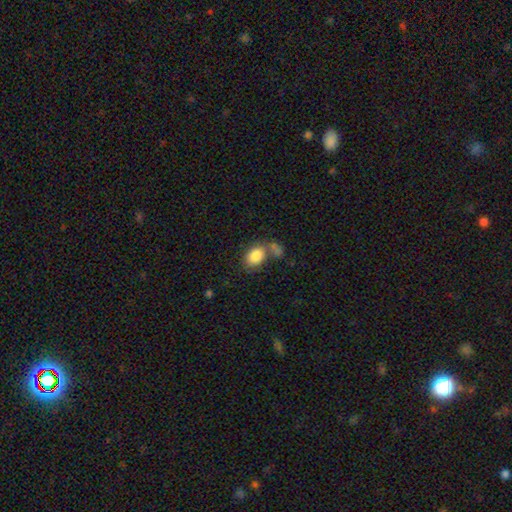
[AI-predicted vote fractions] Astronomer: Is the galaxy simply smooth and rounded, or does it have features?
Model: smooth — 84%.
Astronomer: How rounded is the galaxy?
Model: in between — 78%.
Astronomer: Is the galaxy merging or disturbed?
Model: none — 54%.